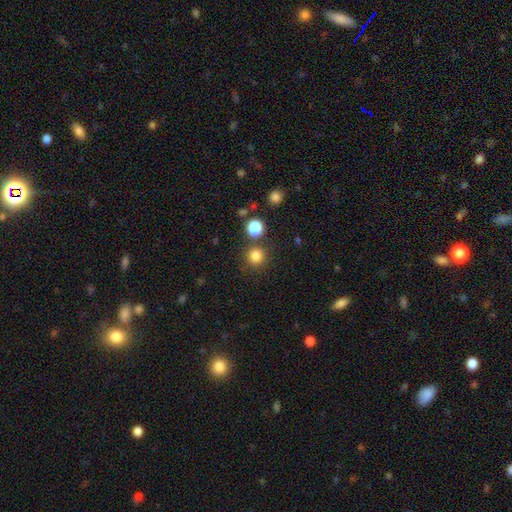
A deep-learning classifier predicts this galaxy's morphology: smooth 81%, star or artifact 14%, featured or disk 4%. Down the decision tree: how rounded — round (94%); merging — none (84%).